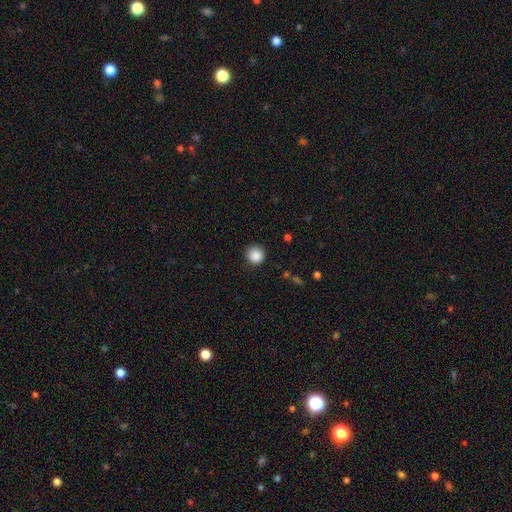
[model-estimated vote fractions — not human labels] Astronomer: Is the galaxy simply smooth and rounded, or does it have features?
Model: smooth — 87%.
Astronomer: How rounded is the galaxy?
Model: round — 95%.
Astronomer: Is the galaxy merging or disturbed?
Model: none — 89%.